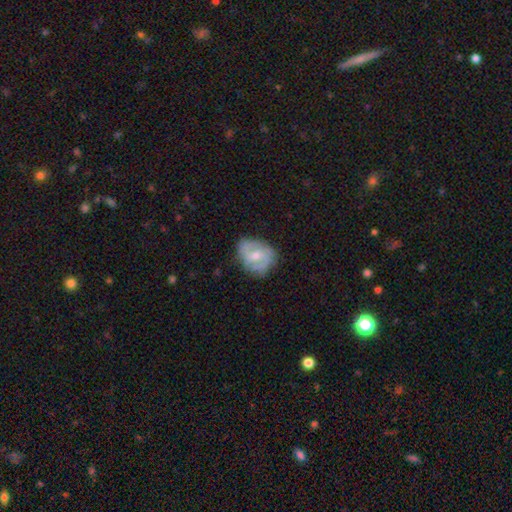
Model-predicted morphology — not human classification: smooth-or-featured: featured or disk: 64% | smooth: 30% | star or artifact: 6%
  disk-edge-on: no: 97% | yes: 3%
    bar: no: 55% | weak: 38% | strong: 7%
    has-spiral-arms: yes: 79% | no: 21%
    bulge-size: moderate: 52% | small: 42% | none: 3% | large: 2% | dominant: 1%
  merging: none: 64% | minor disturbance: 25% | major disturbance: 9% | merger: 2%